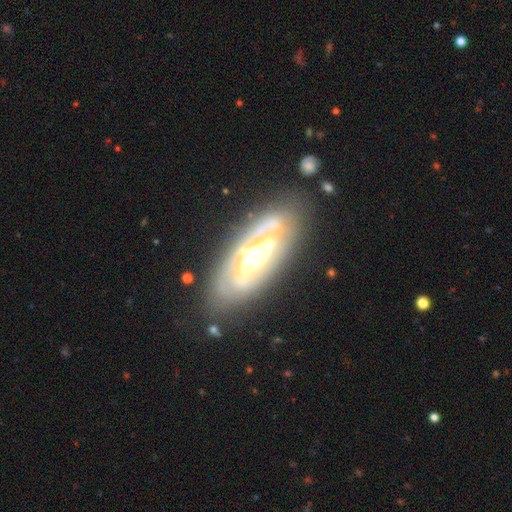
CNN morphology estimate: smooth_or_featured: featured or disk (p=0.84) [alt: smooth p=0.11]
disk_edge_on: no (p=0.85) [alt: yes p=0.15]
bar: strong (p=0.37) [alt: no p=0.34]
has_spiral_arms: yes (p=0.80) [alt: no p=0.20]
spiral_winding: tight (p=0.57) [alt: medium p=0.32]
spiral_arm_count: 2 (p=0.56) [alt: can't tell p=0.25]
bulge_size: moderate (p=0.54) [alt: large p=0.29]
merging: none (p=0.75) [alt: minor disturbance p=0.16]